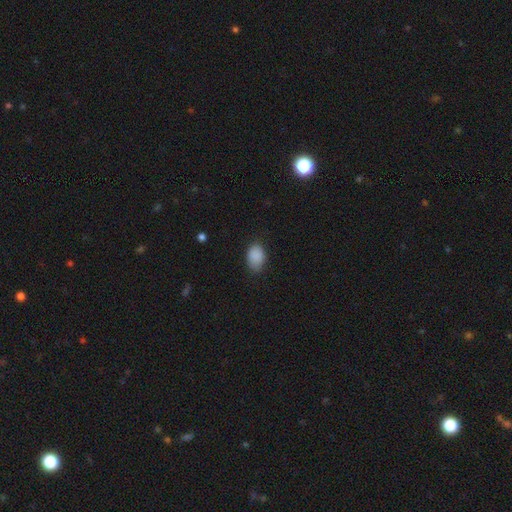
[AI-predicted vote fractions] Smooth or featured?
  - smooth: 88% *
  - star or artifact: 8%
  - featured or disk: 4%
How rounded?
  - in between: 83% *
  - round: 16%
  - cigar-shaped: 1%
Merging?
  - none: 72% *
  - minor disturbance: 22%
  - major disturbance: 4%
  - merger: 1%